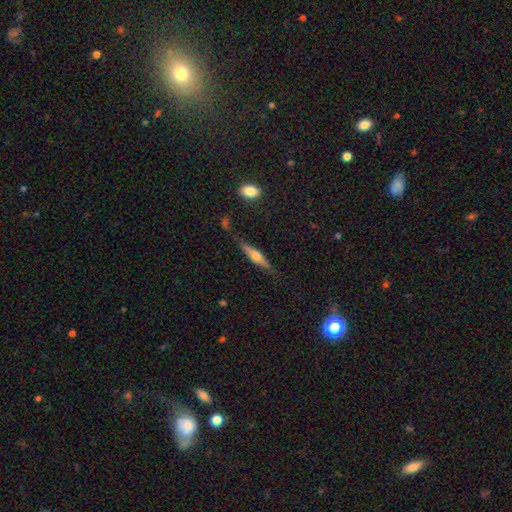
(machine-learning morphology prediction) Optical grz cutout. It shows a featured or disk galaxy (58%) viewed edge-on (95%) with a rounded central bulge (85%). Merging: none (79%).